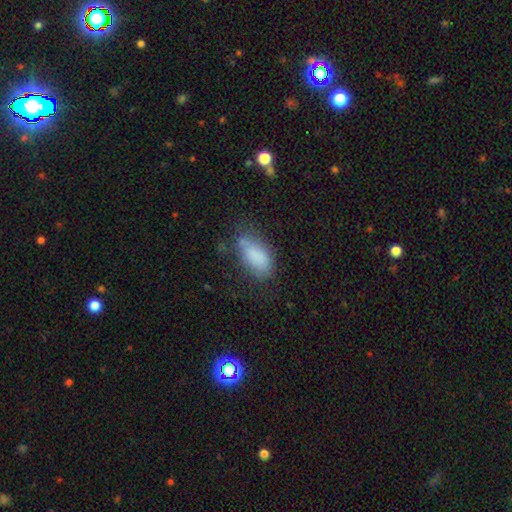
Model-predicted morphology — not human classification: smooth_or_featured: smooth (p=0.81) [alt: featured or disk p=0.10]
how_rounded: in between (p=0.90) [alt: cigar-shaped p=0.06]
merging: none (p=0.51) [alt: minor disturbance p=0.29]